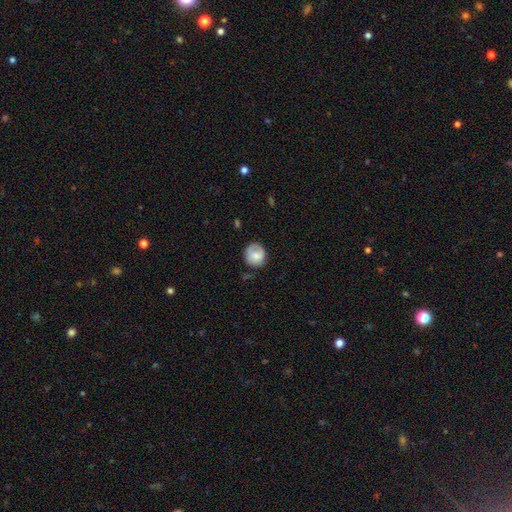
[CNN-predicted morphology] Smooth or featured: smooth — 73% (featured or disk — 19%)
How rounded: round — 82% (in between — 17%)
Merging: none — 65% (minor disturbance — 25%)